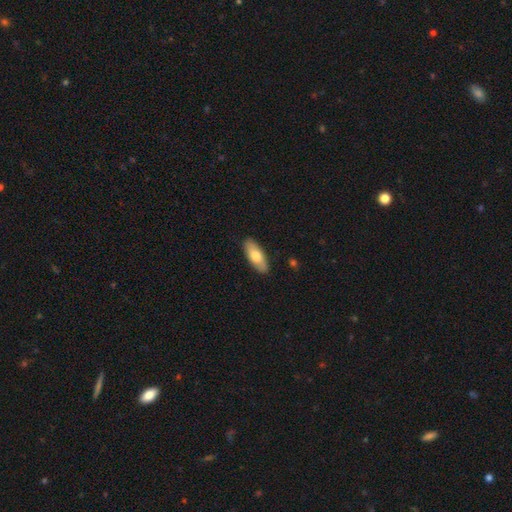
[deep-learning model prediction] This is likely a smooth galaxy (72%). How rounded: likely in between (77%). Merging: clearly none (88%).